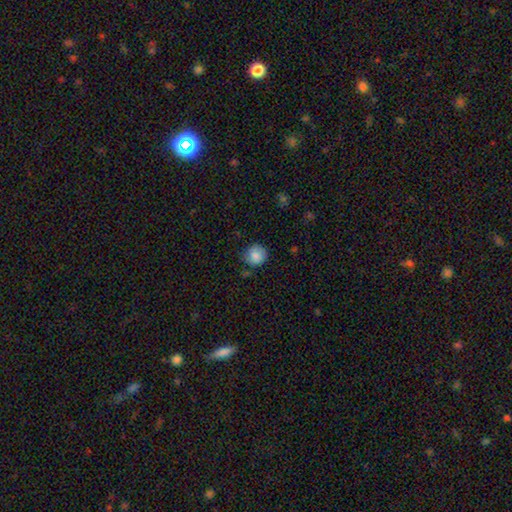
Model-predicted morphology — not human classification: Smooth or featured? Predicted: smooth (p=0.84). How rounded? Predicted: round (p=0.87). Merging? Predicted: none (p=0.75).